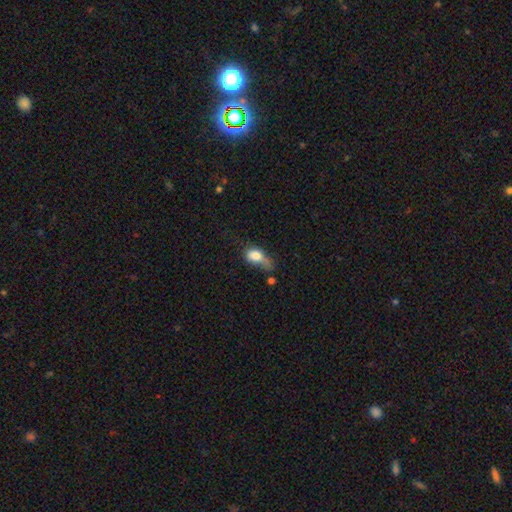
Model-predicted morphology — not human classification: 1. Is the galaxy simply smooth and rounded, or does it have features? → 75% smooth, 16% featured or disk, 9% star or artifact.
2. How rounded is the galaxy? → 76% in between, 19% round, 5% cigar-shaped.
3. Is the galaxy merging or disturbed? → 38% major disturbance, 28% minor disturbance, 20% none, 14% merger.